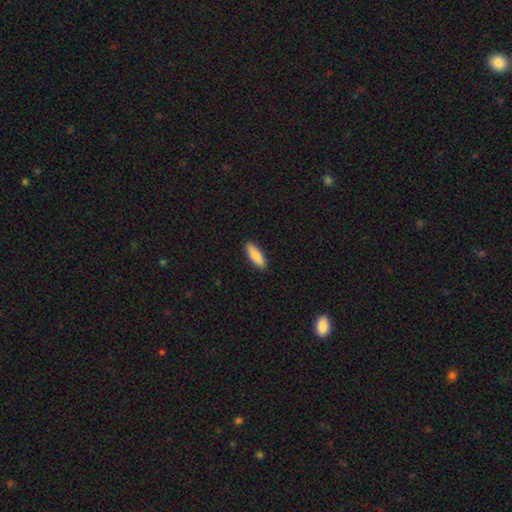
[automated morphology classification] smooth 87%, featured or disk 7%, star or artifact 5%. Down the decision tree: how rounded — in between (59%); merging — none (91%).